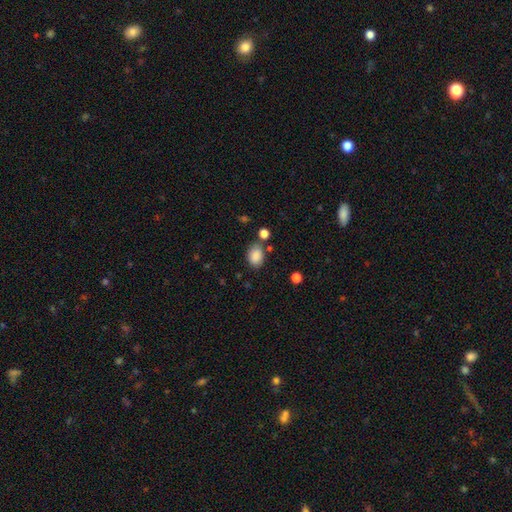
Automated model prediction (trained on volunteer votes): smooth 87%, star or artifact 8%, featured or disk 5%. Down the decision tree: how rounded — in between (76%); merging — none (72%).